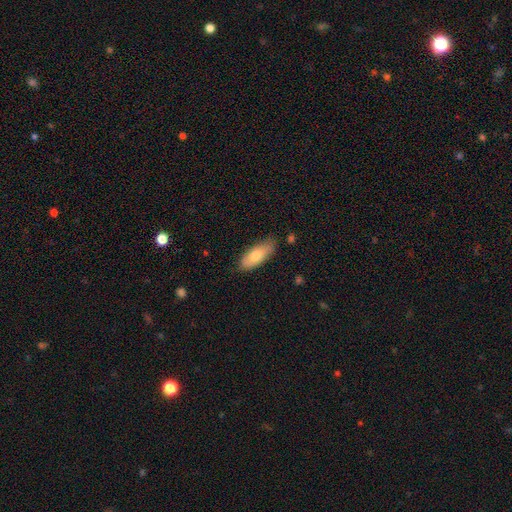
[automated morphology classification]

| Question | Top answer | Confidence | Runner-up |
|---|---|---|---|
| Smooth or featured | smooth | 73% | featured or disk (21%) |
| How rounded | in between | 77% | cigar-shaped (20%) |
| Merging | none | 76% | minor disturbance (19%) |